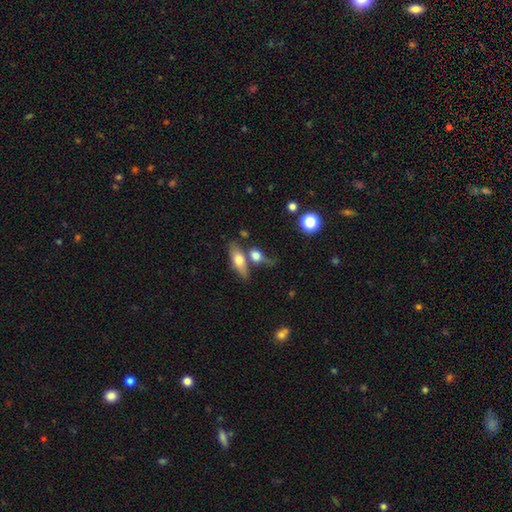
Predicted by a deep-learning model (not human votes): smooth_or_featured: smooth (p=0.66) [alt: featured or disk p=0.25]
how_rounded: in between (p=0.52) [alt: round p=0.26]
merging: none (p=0.51) [alt: merger p=0.29]